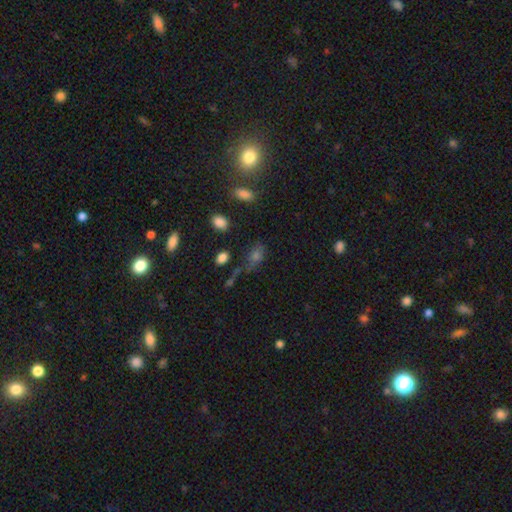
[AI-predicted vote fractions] smooth-or-featured: smooth: 56% | star or artifact: 28% | featured or disk: 16%
  how-rounded: in between: 69% | round: 25% | cigar-shaped: 6%
  merging: none: 54% | minor disturbance: 22% | major disturbance: 14% | merger: 10%